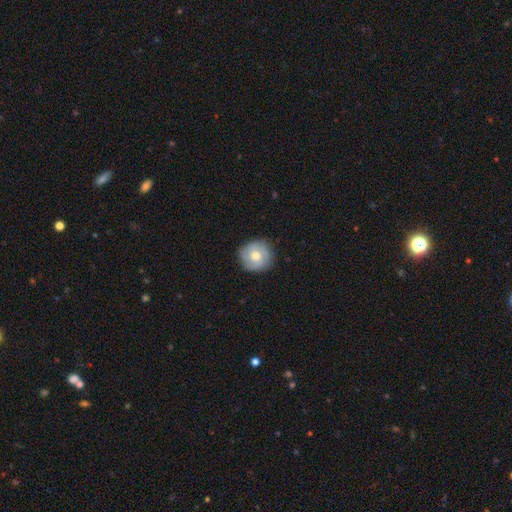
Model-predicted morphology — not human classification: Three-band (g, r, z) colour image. It shows a smooth galaxy with no disk features (59%) that is round (92%). Merging: none (83%).